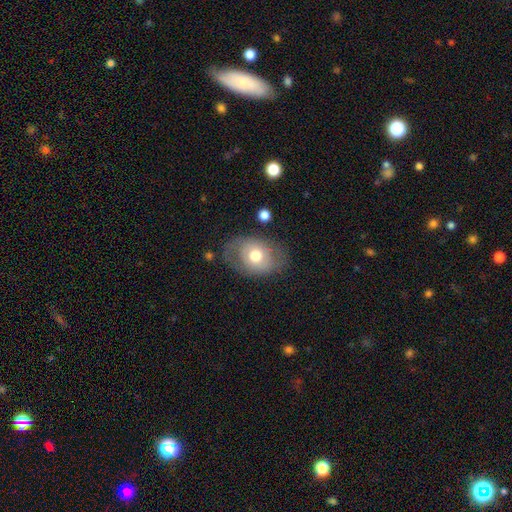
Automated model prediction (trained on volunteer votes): Smooth or featured? smooth (55%)
How rounded? in between (72%)
Merging? none (67%)